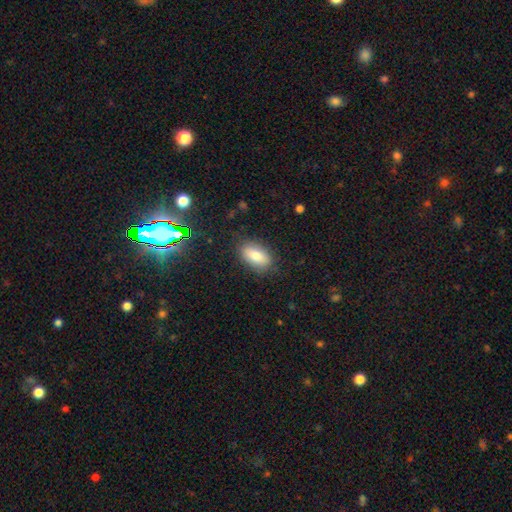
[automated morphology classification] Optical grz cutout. It shows a smooth galaxy with no disk features (78%) that is in between round and cigar-shaped (90%). Merging: none (84%).